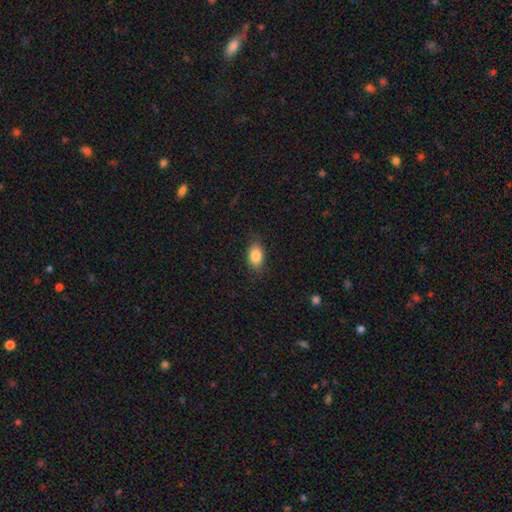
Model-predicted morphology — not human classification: The model was most divided on "merging": none: 83%, minor disturbance: 12%, major disturbance: 3%, merger: 1%. More confident: smooth or featured — smooth (86%); how rounded — in between (85%).